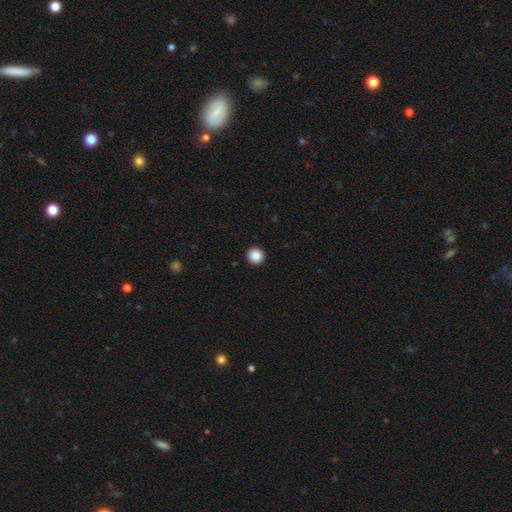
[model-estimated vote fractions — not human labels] The model was most divided on "smooth or featured": smooth: 87%, star or artifact: 10%, featured or disk: 3%. More confident: how rounded — round (96%); merging — none (94%).